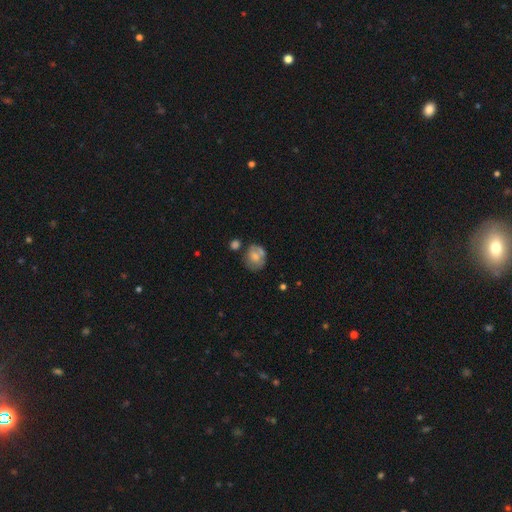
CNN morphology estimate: type=smooth (60%); roundness=round (65%); merging=none (48%).